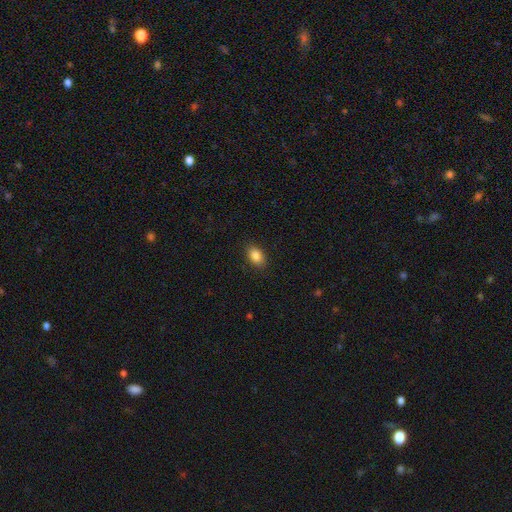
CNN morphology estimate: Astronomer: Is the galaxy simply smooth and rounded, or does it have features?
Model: smooth — 86%.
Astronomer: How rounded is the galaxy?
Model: in between — 86%.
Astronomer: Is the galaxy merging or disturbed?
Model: none — 89%.